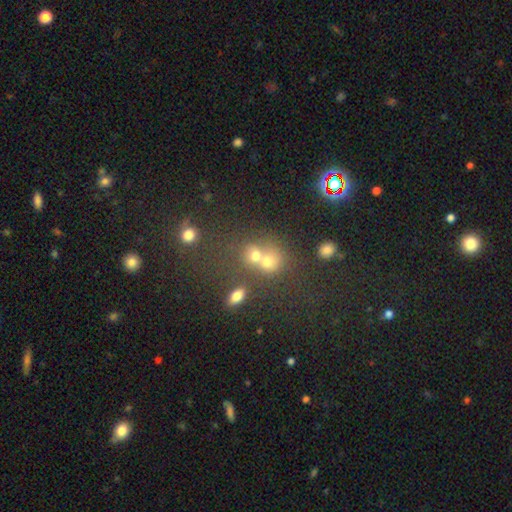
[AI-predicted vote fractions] This appears to be a smooth galaxy with no disk features (67%) that is round (71%). Merging: merger (51%).